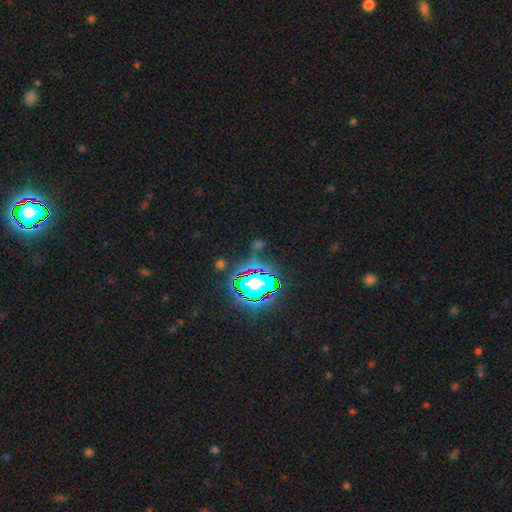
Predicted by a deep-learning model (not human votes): The model was most divided on "smooth or featured": star or artifact: 77%, smooth: 14%, featured or disk: 9%.